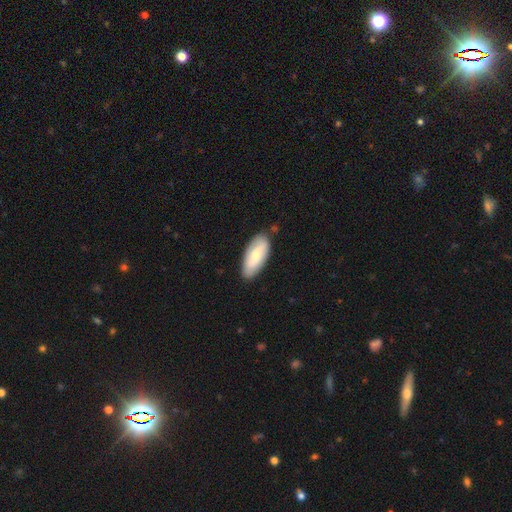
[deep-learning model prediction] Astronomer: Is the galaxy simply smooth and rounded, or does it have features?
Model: smooth — 60%.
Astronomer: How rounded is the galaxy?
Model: in between — 85%.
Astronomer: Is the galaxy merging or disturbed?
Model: none — 83%.